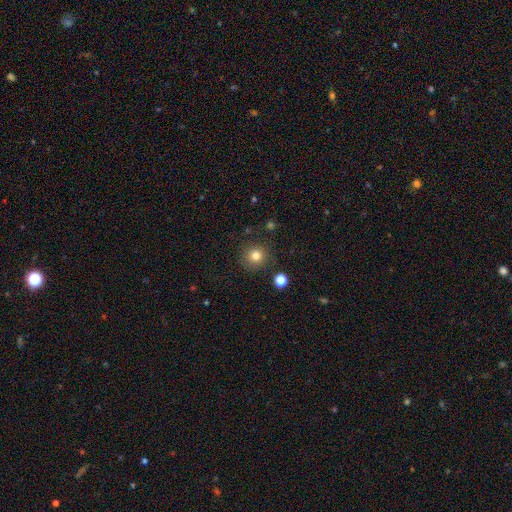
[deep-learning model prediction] Smooth or featured? smooth (80%)
How rounded? round (93%)
Merging? none (87%)